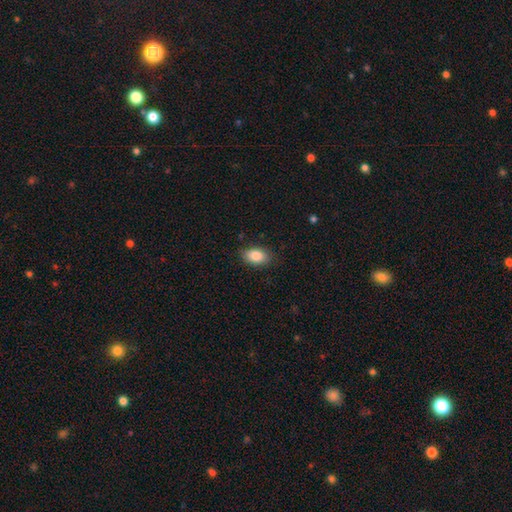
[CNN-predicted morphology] Smooth or featured: smooth — 87% (star or artifact — 7%)
How rounded: in between — 89% (round — 9%)
Merging: none — 85% (minor disturbance — 11%)